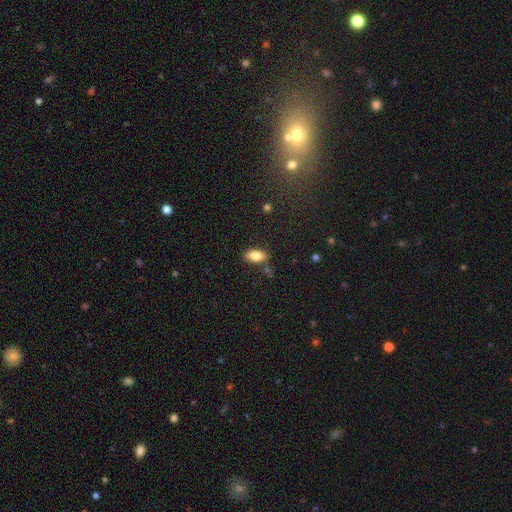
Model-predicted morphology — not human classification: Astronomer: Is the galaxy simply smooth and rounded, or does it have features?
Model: smooth — 85%.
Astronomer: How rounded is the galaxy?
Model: in between — 92%.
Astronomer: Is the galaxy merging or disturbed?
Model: none — 80%.